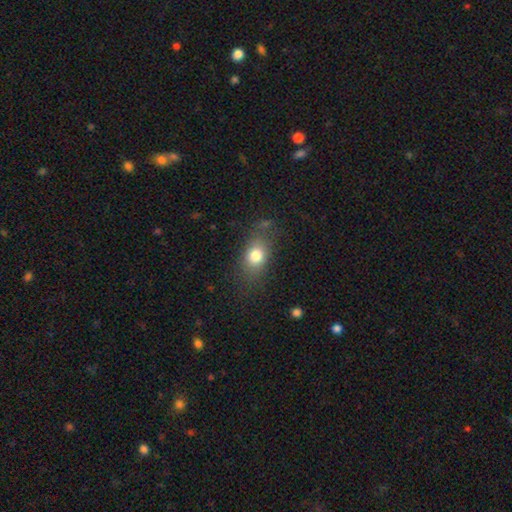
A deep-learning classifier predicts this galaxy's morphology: This appears to be a smooth galaxy with no disk features (77%) that is in between round and cigar-shaped (70%). Merging: none (72%).